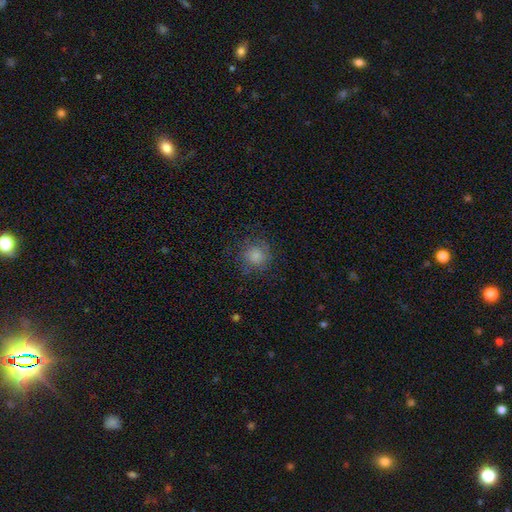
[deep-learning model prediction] This appears to be a smooth galaxy with no disk features (80%) that is round (89%). Merging: none (75%).